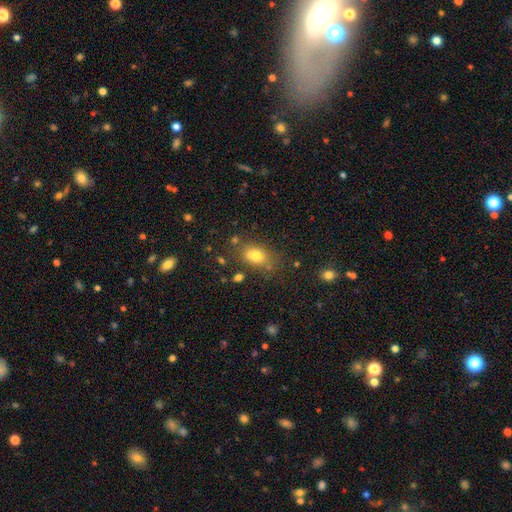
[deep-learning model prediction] This is likely a smooth galaxy (77%). How rounded: likely in between (78%). Merging: likely none (68%).